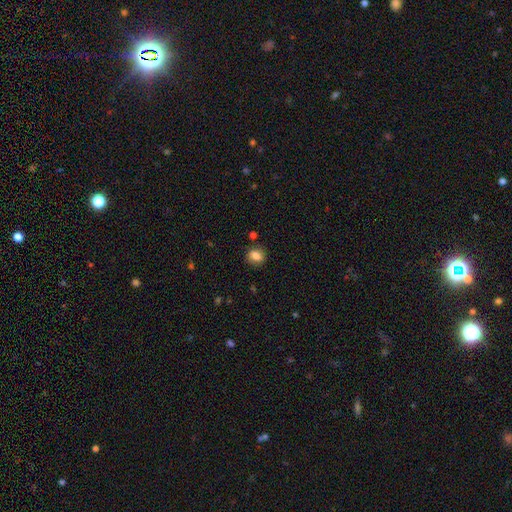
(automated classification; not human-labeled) Smooth or featured?
  - smooth: 83% *
  - star or artifact: 9%
  - featured or disk: 8%
How rounded?
  - round: 52% *
  - in between: 47%
  - cigar-shaped: 1%
Merging?
  - none: 83% *
  - minor disturbance: 11%
  - major disturbance: 3%
  - merger: 3%